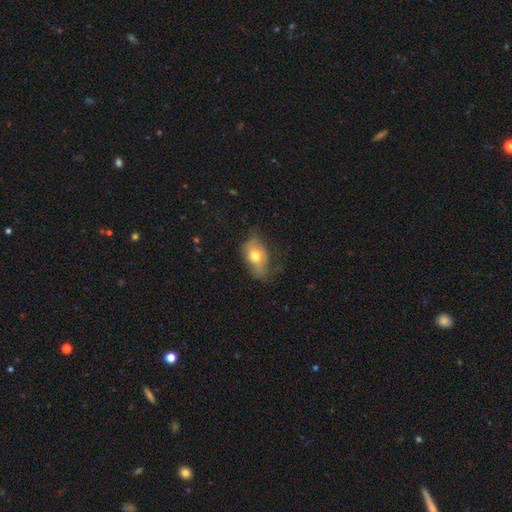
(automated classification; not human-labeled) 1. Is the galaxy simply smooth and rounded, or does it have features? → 63% smooth, 29% featured or disk, 8% star or artifact.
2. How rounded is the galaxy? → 86% in between, 11% round, 3% cigar-shaped.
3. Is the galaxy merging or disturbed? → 43% none, 34% minor disturbance, 21% major disturbance, 2% merger.